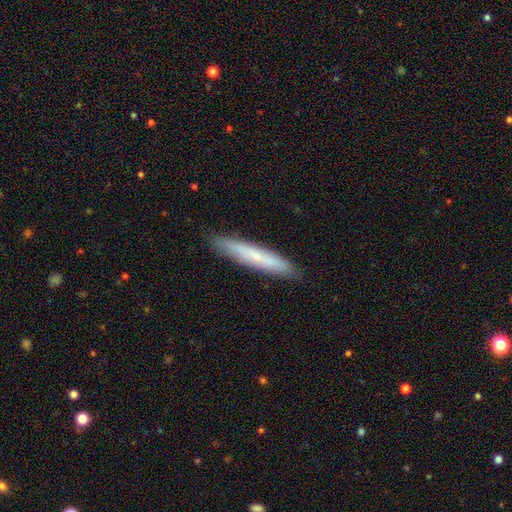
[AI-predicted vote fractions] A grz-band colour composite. It shows a smooth galaxy with no disk features (54%) that is cigar-shaped (92%). Merging: none (89%).